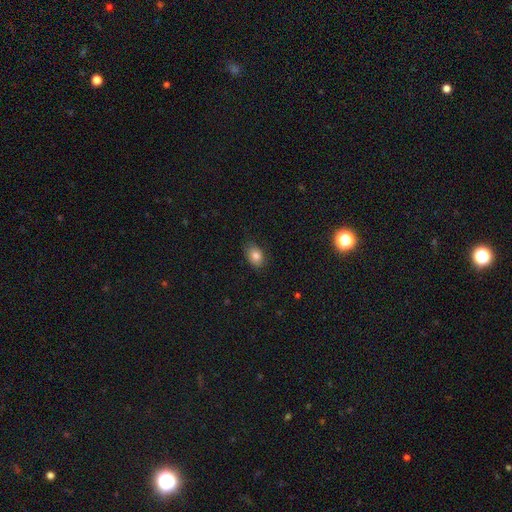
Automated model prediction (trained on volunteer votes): Morphology: type=smooth (83%); roundness=in between (78%); merging=none (77%).